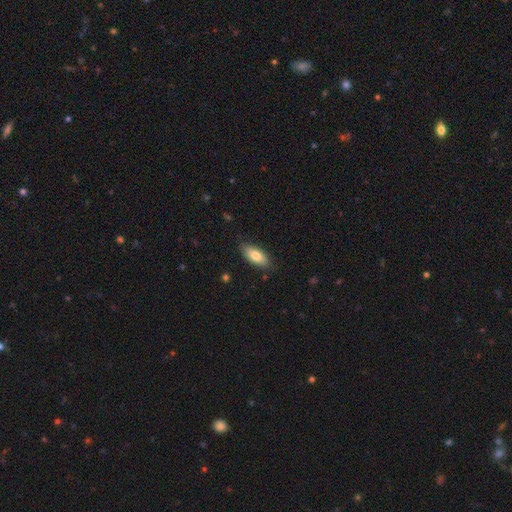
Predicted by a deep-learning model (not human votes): Smooth or featured? smooth (79%)
How rounded? in between (83%)
Merging? none (84%)